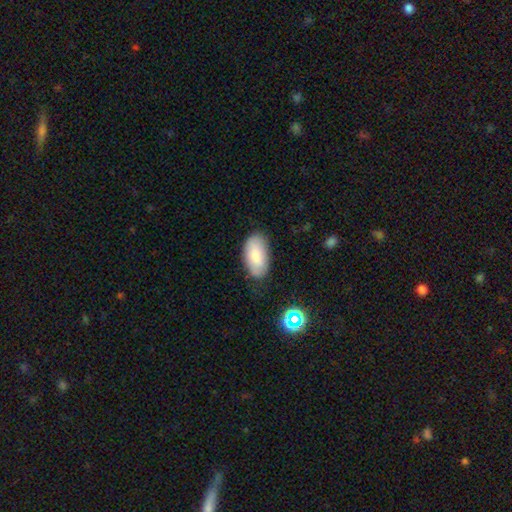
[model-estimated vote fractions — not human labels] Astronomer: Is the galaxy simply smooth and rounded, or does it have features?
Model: smooth — 79%.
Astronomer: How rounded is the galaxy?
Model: in between — 95%.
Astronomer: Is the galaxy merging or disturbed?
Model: none — 79%.